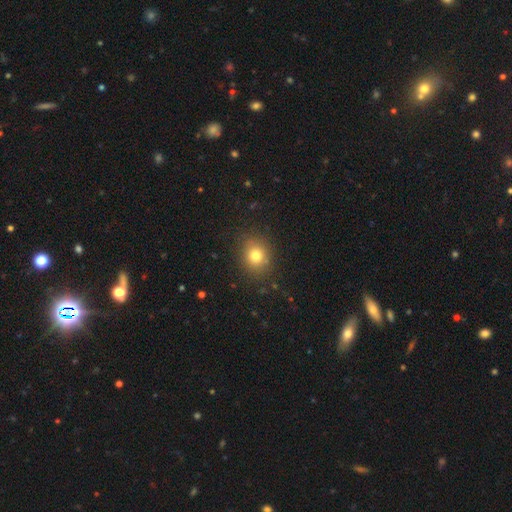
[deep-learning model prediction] A smooth galaxy with no disk features (78%) that is round (75%). Merging: none (85%).